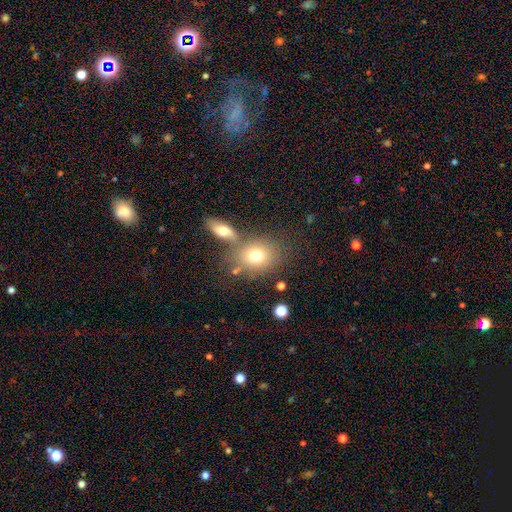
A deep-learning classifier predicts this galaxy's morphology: A smooth galaxy with no disk features (74%) that is round (54%). Merging: none (58%).